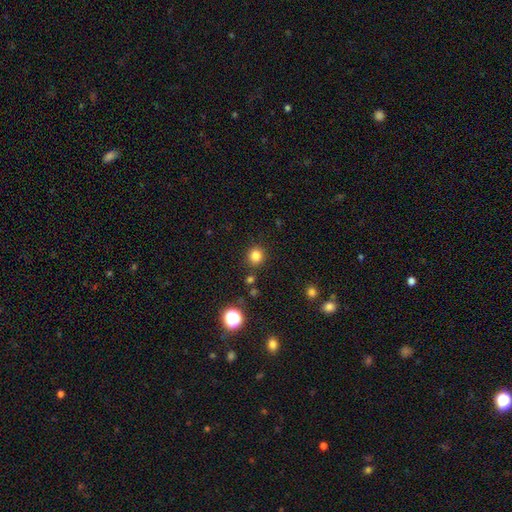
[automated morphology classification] smooth-or-featured: smooth: 82% | star or artifact: 14% | featured or disk: 5%
  how-rounded: round: 90% | in between: 10% | cigar-shaped: 1%
  merging: none: 88% | minor disturbance: 7% | merger: 3% | major disturbance: 2%